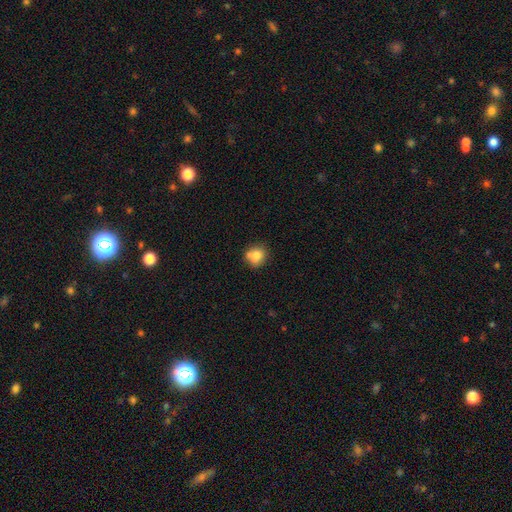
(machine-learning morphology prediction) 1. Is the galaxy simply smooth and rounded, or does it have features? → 76% smooth, 14% featured or disk, 10% star or artifact.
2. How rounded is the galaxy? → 79% round, 20% in between, 1% cigar-shaped.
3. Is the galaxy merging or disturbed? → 59% none, 19% merger, 17% minor disturbance, 4% major disturbance.